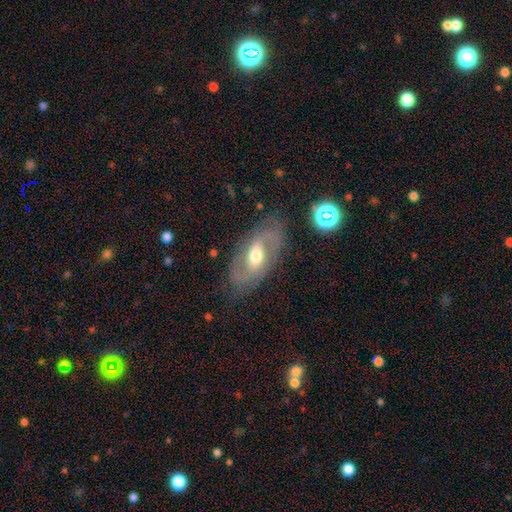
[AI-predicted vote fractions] smooth_or_featured: featured or disk (p=0.79) [alt: smooth p=0.14]
disk_edge_on: no (p=0.94) [alt: yes p=0.06]
bar: weak (p=0.48) [alt: no p=0.28]
has_spiral_arms: yes (p=0.88) [alt: no p=0.12]
spiral_winding: medium (p=0.50) [alt: loose p=0.29]
spiral_arm_count: 2 (p=0.87) [alt: can't tell p=0.07]
bulge_size: moderate (p=0.70) [alt: small p=0.16]
merging: none (p=0.75) [alt: minor disturbance p=0.16]